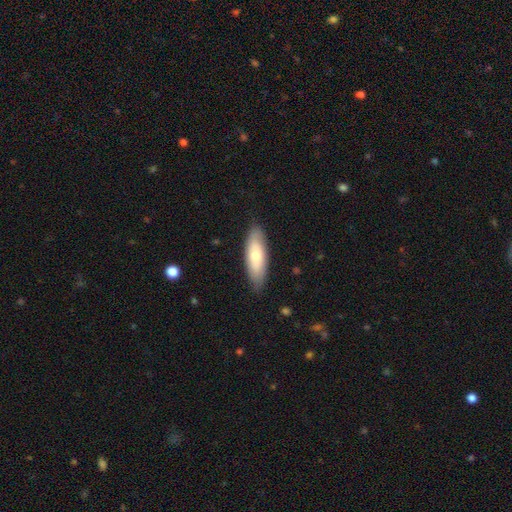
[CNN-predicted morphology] A smooth galaxy with no disk features (70%) that is in between round and cigar-shaped (59%). Merging: none (83%).